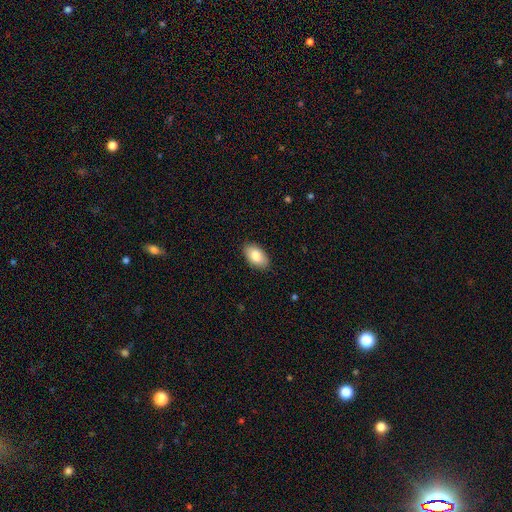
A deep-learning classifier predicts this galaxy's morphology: Smooth or featured?
  - smooth: 83% *
  - featured or disk: 10%
  - star or artifact: 6%
How rounded?
  - in between: 94% *
  - round: 4%
  - cigar-shaped: 2%
Merging?
  - none: 88% *
  - minor disturbance: 10%
  - major disturbance: 2%
  - merger: 1%